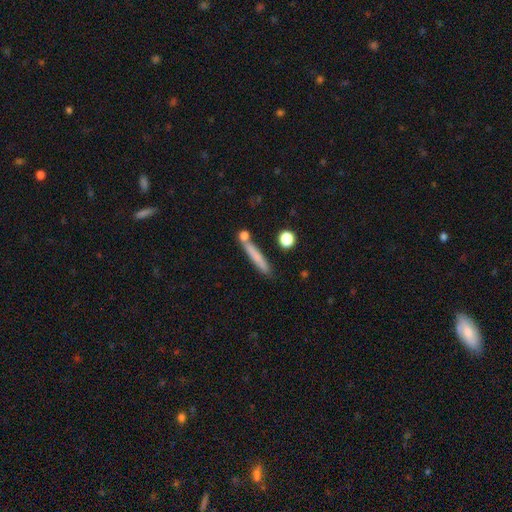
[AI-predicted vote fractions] Smooth or featured? Predicted: smooth (p=0.70). How rounded? Predicted: cigar-shaped (p=0.92). Merging? Predicted: none (p=0.71).